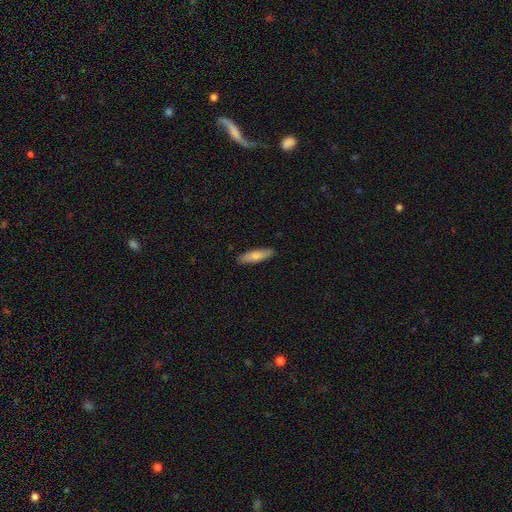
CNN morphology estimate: smooth_or_featured: smooth (p=0.77) [alt: featured or disk p=0.17]
how_rounded: cigar-shaped (p=0.64) [alt: in between p=0.34]
merging: none (p=0.89) [alt: minor disturbance p=0.08]